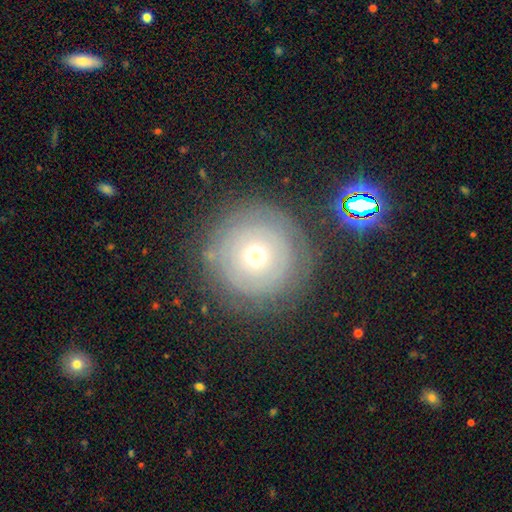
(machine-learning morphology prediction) The model was most divided on "smooth or featured": smooth: 44%, featured or disk: 42%, star or artifact: 15%. More confident: merging — none (82%).